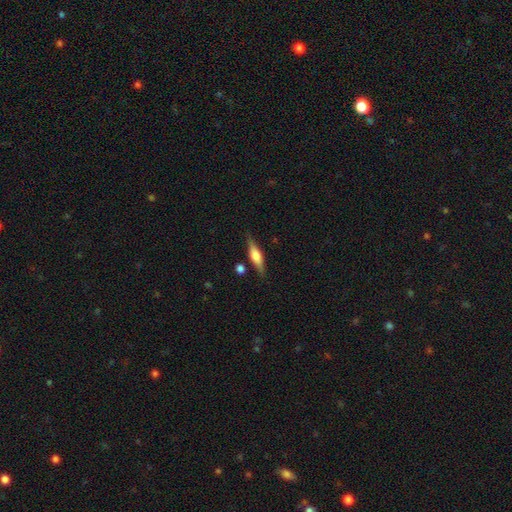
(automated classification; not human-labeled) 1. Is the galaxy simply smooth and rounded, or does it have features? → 54% featured or disk, 40% smooth, 7% star or artifact.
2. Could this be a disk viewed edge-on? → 95% yes, 5% no.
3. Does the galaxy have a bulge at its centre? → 79% rounded, 17% boxy, 4% none.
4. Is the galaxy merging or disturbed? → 82% none, 12% minor disturbance, 4% merger, 3% major disturbance.